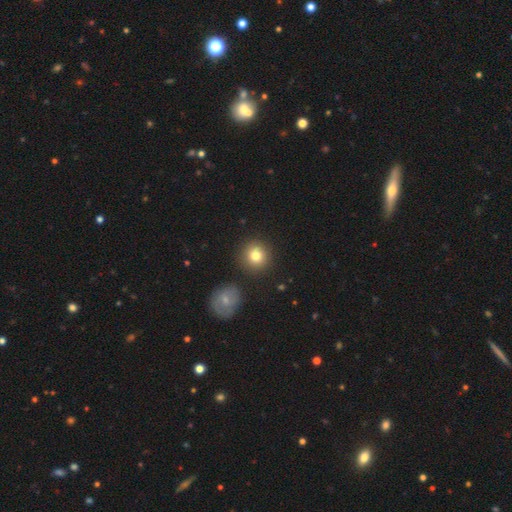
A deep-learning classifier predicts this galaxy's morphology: Overall: smooth (81%). How rounded: round (92%). Merging: none (88%).